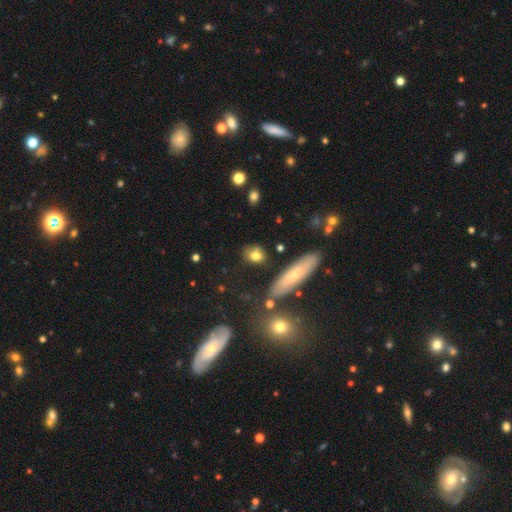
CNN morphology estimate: smooth 74%, featured or disk 16%, star or artifact 10%. Down the decision tree: how rounded — in between (49%); merging — none (72%).